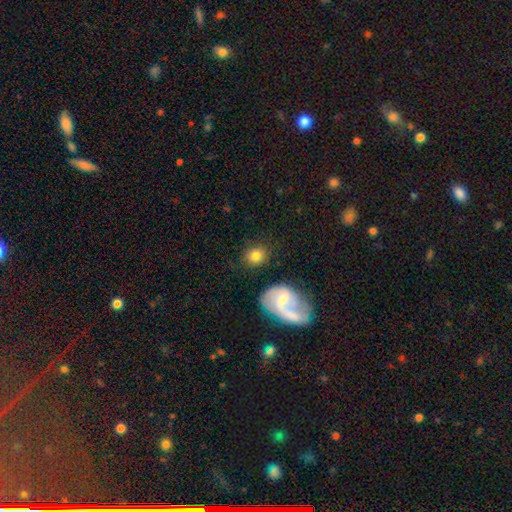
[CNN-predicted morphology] A smooth galaxy with no disk features (76%) that is round (62%). Merging: none (77%).